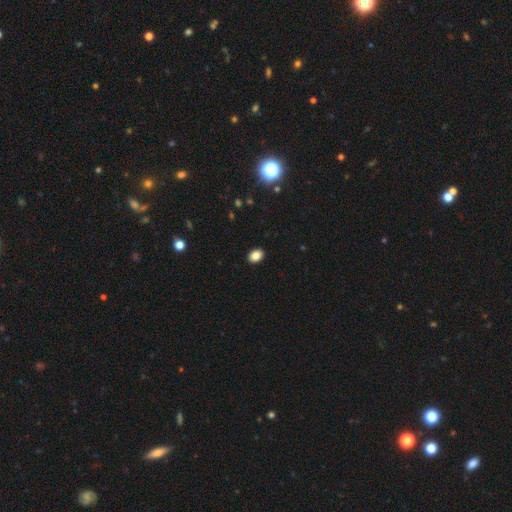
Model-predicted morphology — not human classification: A smooth galaxy with no disk features (86%) that is in between round and cigar-shaped (73%). Merging: none (91%).